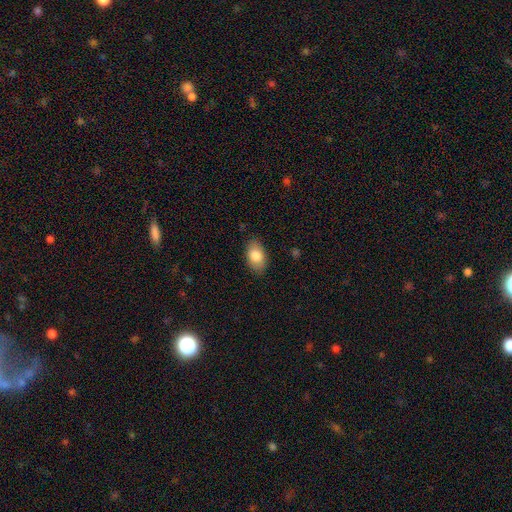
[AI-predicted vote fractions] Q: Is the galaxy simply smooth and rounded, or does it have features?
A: smooth — 82%.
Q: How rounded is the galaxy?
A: in between — 91%.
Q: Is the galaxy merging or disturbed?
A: none — 86%.